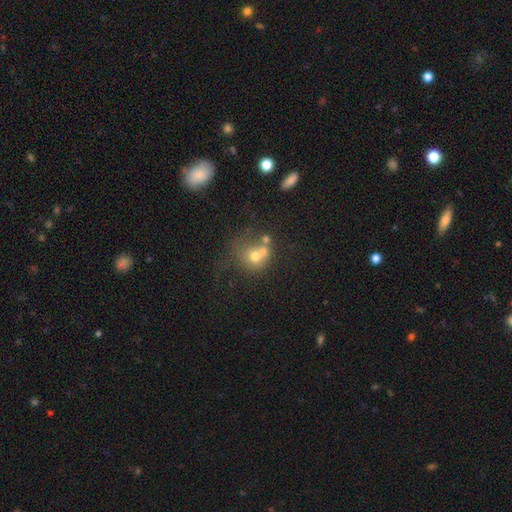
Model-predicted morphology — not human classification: Smooth or featured? Predicted: smooth (p=0.61). How rounded? Predicted: round (p=0.73). Merging? Predicted: merger (p=0.49).